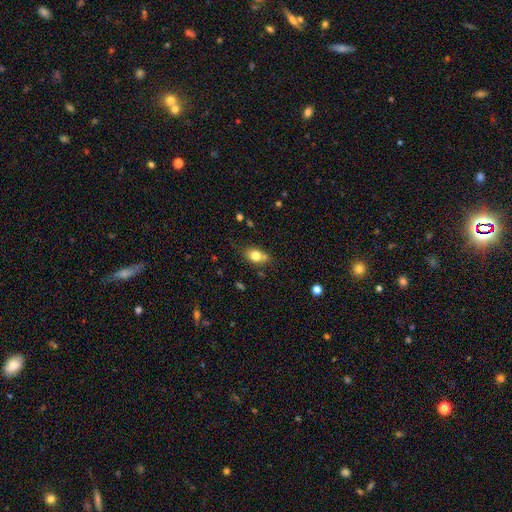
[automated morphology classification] This is likely a smooth galaxy (77%). How rounded: likely in between (67%). Merging: likely none (61%).